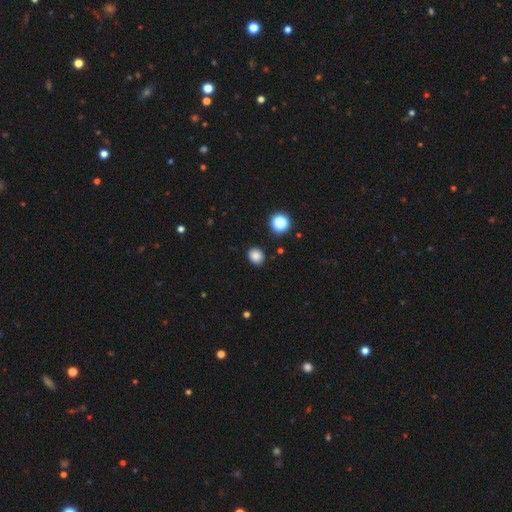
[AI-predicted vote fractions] smooth 84%, star or artifact 12%, featured or disk 4%. Down the decision tree: how rounded — round (63%); merging — none (87%).